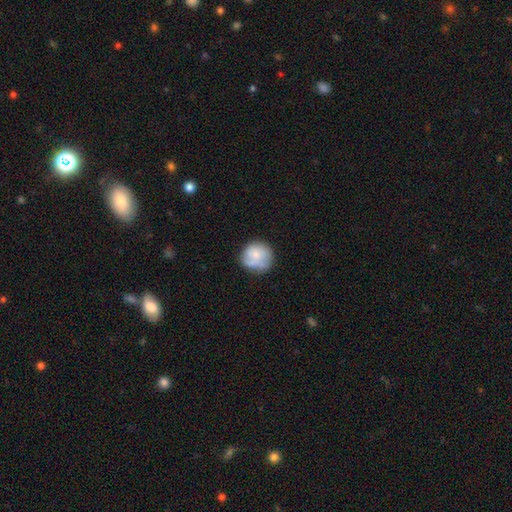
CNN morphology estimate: smooth-or-featured: smooth: 71% | featured or disk: 22% | star or artifact: 7%
  how-rounded: round: 87% | in between: 12% | cigar-shaped: 1%
  merging: none: 60% | minor disturbance: 26% | major disturbance: 9% | merger: 6%